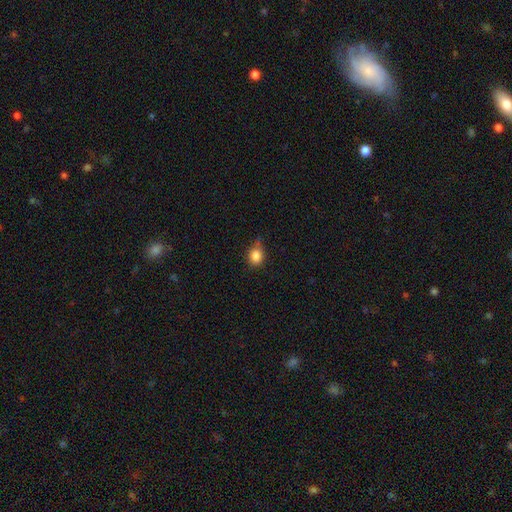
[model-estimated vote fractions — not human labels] smooth-or-featured: smooth: 84% | star or artifact: 10% | featured or disk: 5%
  how-rounded: round: 70% | in between: 29% | cigar-shaped: 1%
  merging: none: 58% | minor disturbance: 31% | major disturbance: 6% | merger: 5%